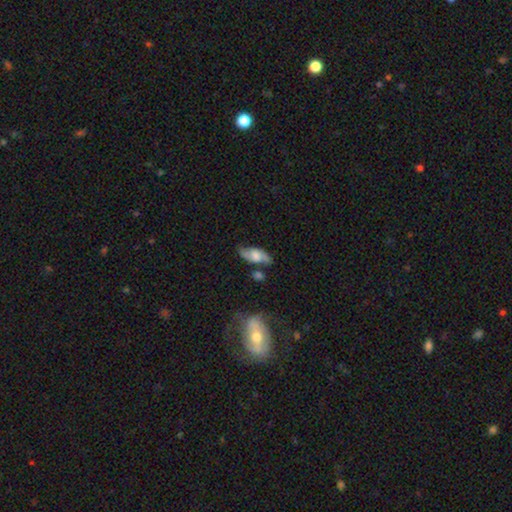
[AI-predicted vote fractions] Smooth or featured?
  - featured or disk: 48% *
  - smooth: 45%
  - star or artifact: 7%
Merging?
  - none: 67% *
  - minor disturbance: 21%
  - merger: 7%
  - major disturbance: 6%